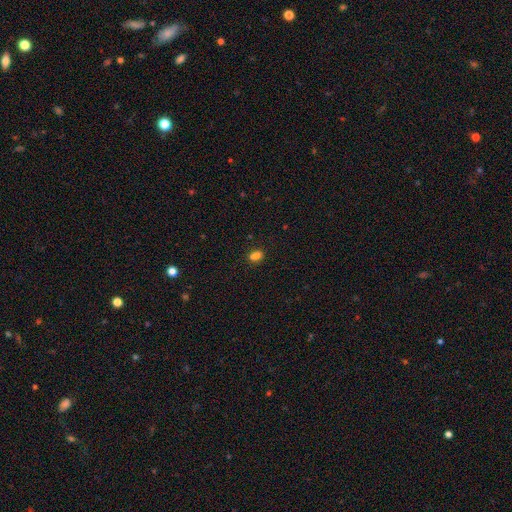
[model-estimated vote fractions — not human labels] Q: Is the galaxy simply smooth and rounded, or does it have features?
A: smooth — 74%.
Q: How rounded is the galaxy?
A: in between — 50%.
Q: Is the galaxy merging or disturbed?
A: none — 56%.